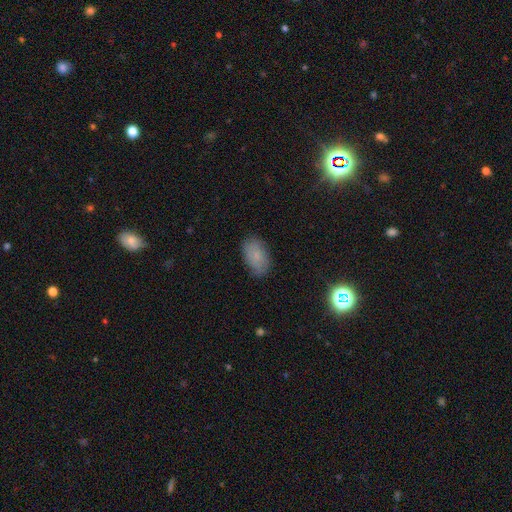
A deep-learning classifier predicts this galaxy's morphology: The model was most divided on "smooth or featured": smooth: 77%, featured or disk: 13%, star or artifact: 10%. More confident: how rounded — in between (91%); merging — none (80%).